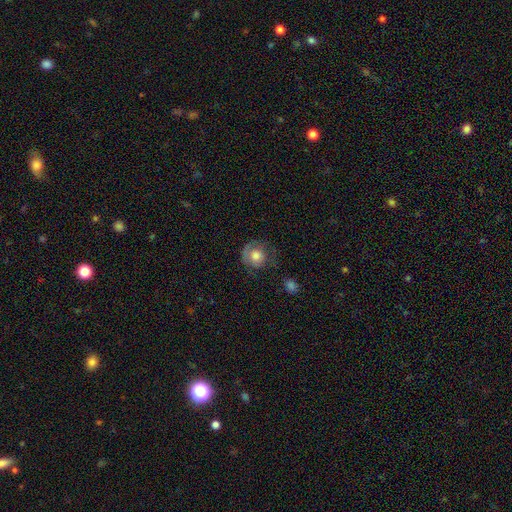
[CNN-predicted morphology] This is likely a smooth galaxy (62%). How rounded: clearly round (87%). Merging: possibly none (54%).